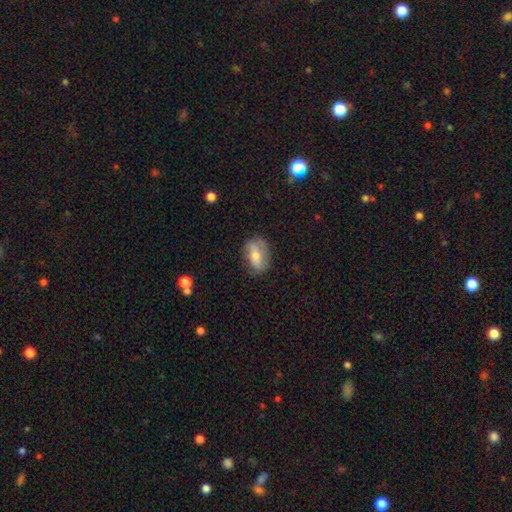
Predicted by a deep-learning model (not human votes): Smooth or featured?
  - smooth: 54% *
  - featured or disk: 38%
  - star or artifact: 8%
How rounded?
  - in between: 80% *
  - round: 16%
  - cigar-shaped: 5%
Merging?
  - none: 73% *
  - minor disturbance: 20%
  - major disturbance: 6%
  - merger: 2%